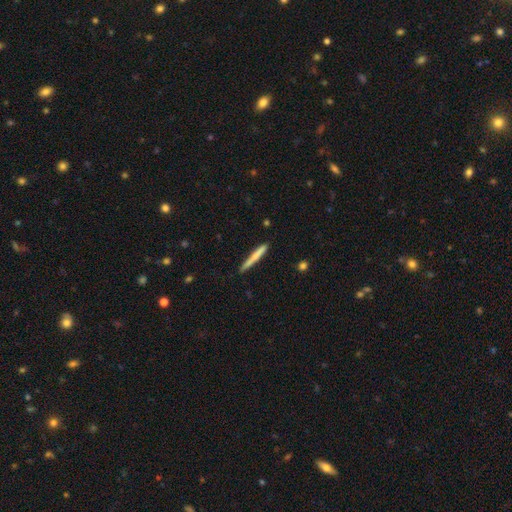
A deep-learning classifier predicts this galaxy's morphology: A smooth galaxy with no disk features (69%) that is cigar-shaped (96%).

Vote fractions:
- Smooth or featured? smooth: 69% / featured or disk: 26% / star or artifact: 6%
- How rounded? cigar-shaped: 96% / in between: 3% / round: 1%
- Merging? none: 85% / minor disturbance: 12% / major disturbance: 2% / merger: 2%